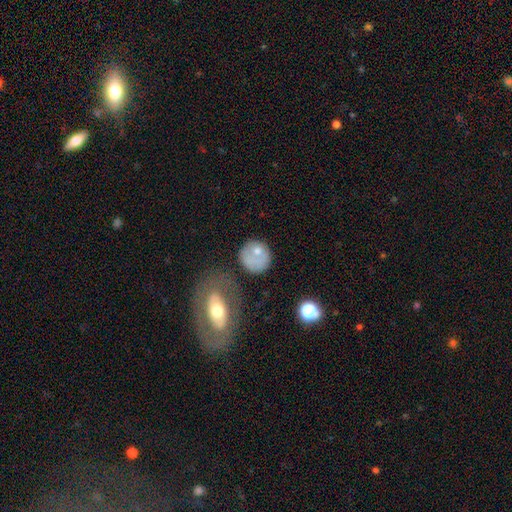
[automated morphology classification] Overall: smooth (68%). How rounded: round (85%). Merging: none (53%; minor disturbance 21%).